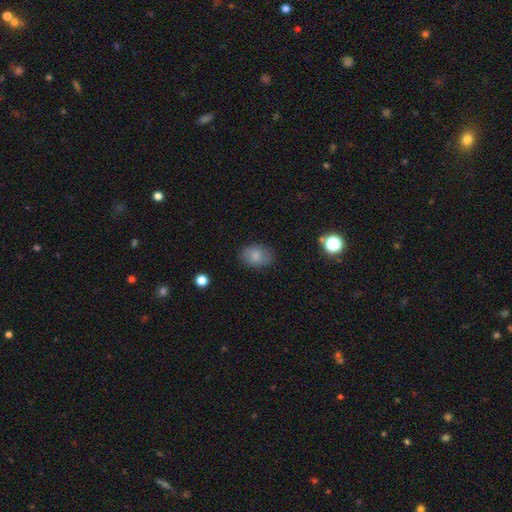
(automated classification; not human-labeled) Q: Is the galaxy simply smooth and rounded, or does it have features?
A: smooth — 80%.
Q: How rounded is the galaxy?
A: in between — 74%.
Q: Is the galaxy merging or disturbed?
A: none — 81%.